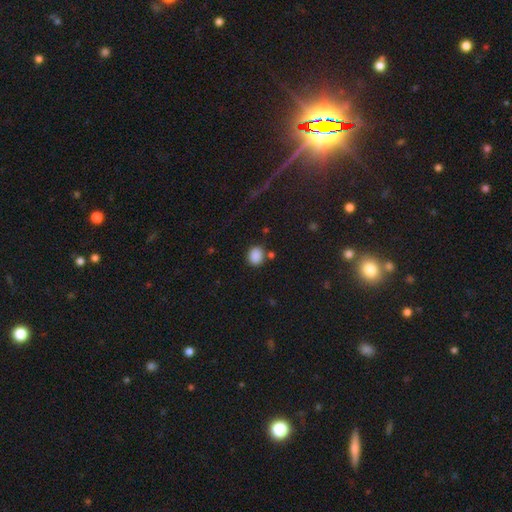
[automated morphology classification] This is clearly a smooth galaxy (88%). How rounded: likely round (60%). Merging: likely none (79%).